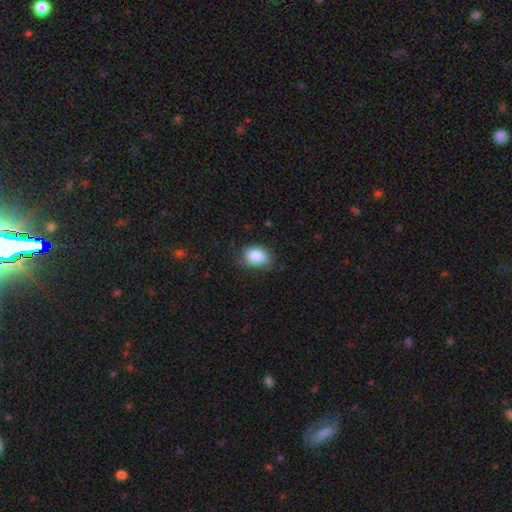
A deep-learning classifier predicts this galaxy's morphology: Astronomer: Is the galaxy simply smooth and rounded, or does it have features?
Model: smooth — 84%.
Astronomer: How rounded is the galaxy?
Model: in between — 63%.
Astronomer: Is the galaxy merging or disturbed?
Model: none — 68%.